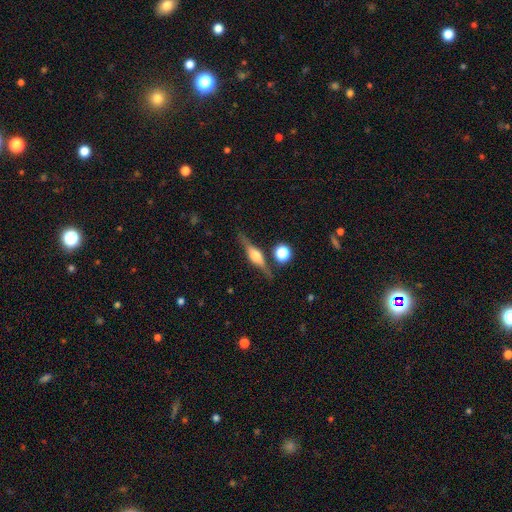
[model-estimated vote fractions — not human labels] A featured or disk galaxy (74%) viewed edge-on (96%) with a rounded central bulge (87%).

Vote fractions:
- Smooth or featured? featured or disk: 74% / smooth: 18% / star or artifact: 7%
- Edge-on disk? yes: 96% / no: 4%
- Edge-on bulge? rounded: 87% / boxy: 11% / none: 2%
- Merging? none: 81% / minor disturbance: 11% / merger: 5% / major disturbance: 3%